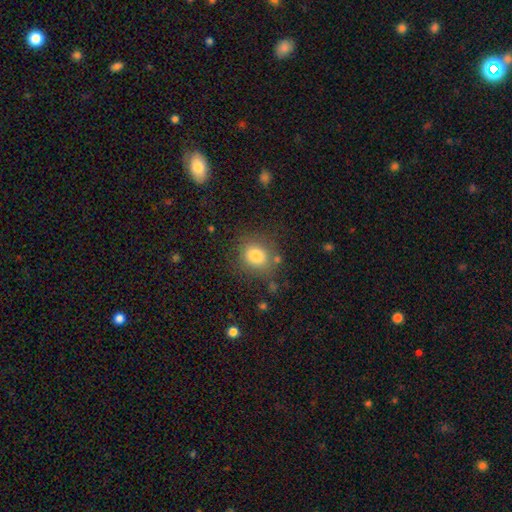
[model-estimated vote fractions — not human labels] This is clearly a smooth galaxy (82%). How rounded: likely round (70%). Merging: likely none (76%).